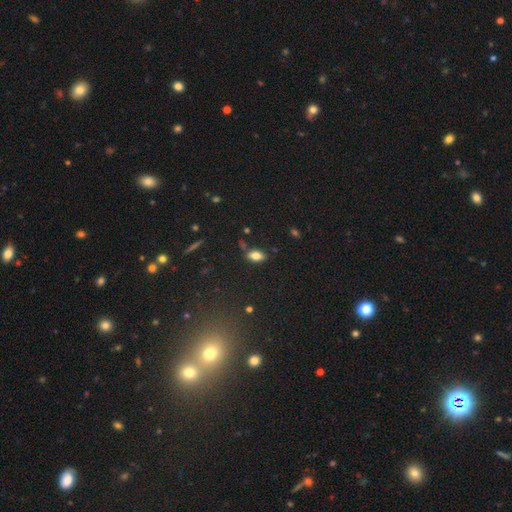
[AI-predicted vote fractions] Smooth or featured: smooth — 79% (featured or disk — 11%)
How rounded: in between — 90% (round — 5%)
Merging: none — 77% (minor disturbance — 14%)